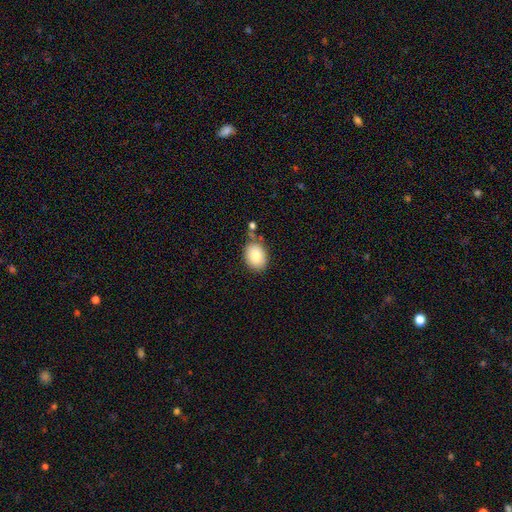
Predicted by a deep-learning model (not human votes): Smooth or featured: smooth — 81% (featured or disk — 11%)
How rounded: in between — 69% (round — 30%)
Merging: none — 74% (minor disturbance — 15%)